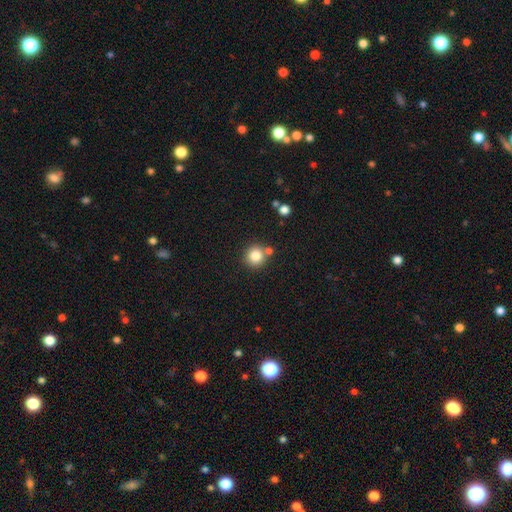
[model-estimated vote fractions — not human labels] A smooth galaxy with no disk features (83%) that is round (93%).

Vote fractions:
- Smooth or featured? smooth: 83% / star or artifact: 11% / featured or disk: 7%
- How rounded? round: 93% / in between: 6% / cigar-shaped: 1%
- Merging? none: 76% / merger: 13% / minor disturbance: 9% / major disturbance: 3%